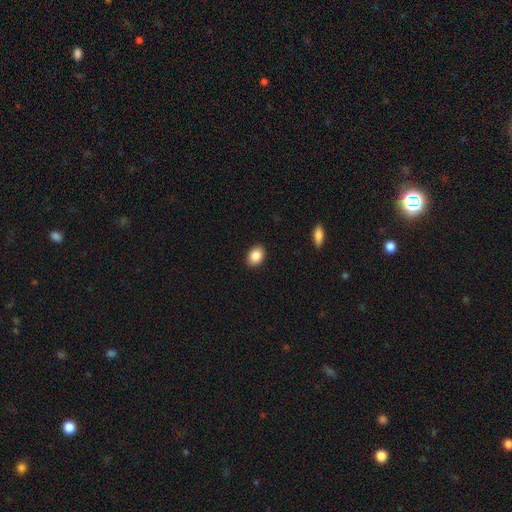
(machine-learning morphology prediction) type=smooth (87%); roundness=in between (72%); merging=none (90%).